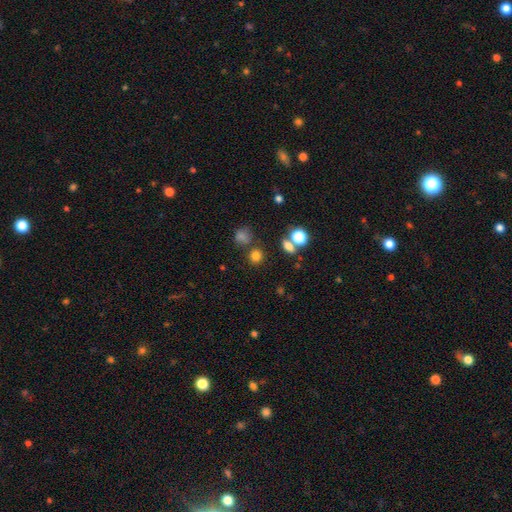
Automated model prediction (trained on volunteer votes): A smooth galaxy with no disk features (77%) that is round (79%).

Vote fractions:
- Smooth or featured? smooth: 77% / star or artifact: 17% / featured or disk: 6%
- How rounded? round: 79% / in between: 19% / cigar-shaped: 1%
- Merging? none: 73% / merger: 13% / minor disturbance: 10% / major disturbance: 4%